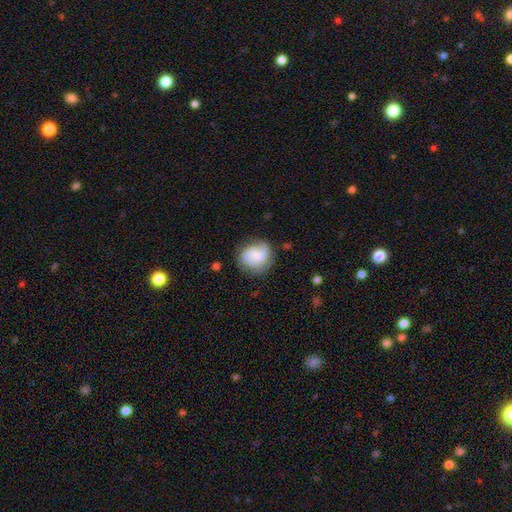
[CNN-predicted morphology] Overall: featured or disk (59%; smooth 34%). Edge-on disk: no (98%). Bar: no (63%; weak 32%). Spiral arms: yes (92%). Spiral arm count: 2 (58%). Spiral winding: medium (44%; tight 29%). Bulge size: small (54%; moderate 27%). Merging: none (68%).